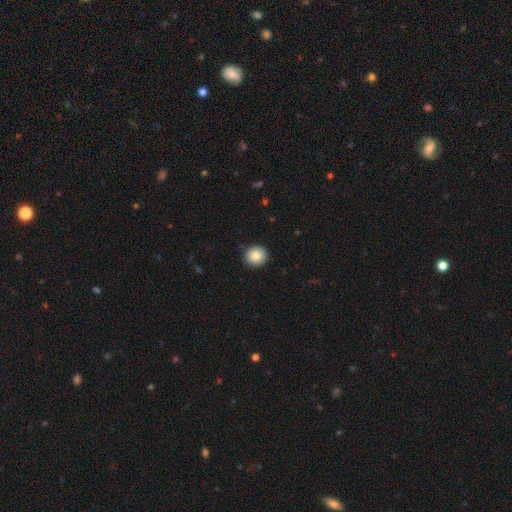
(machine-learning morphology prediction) type=smooth (84%); roundness=round (93%); merging=none (92%).